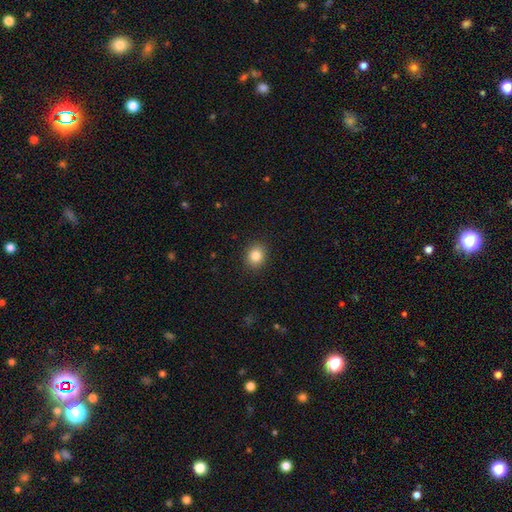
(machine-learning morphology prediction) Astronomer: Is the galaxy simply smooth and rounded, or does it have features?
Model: smooth — 84%.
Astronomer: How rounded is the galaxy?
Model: round — 71%.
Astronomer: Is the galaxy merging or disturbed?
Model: none — 90%.